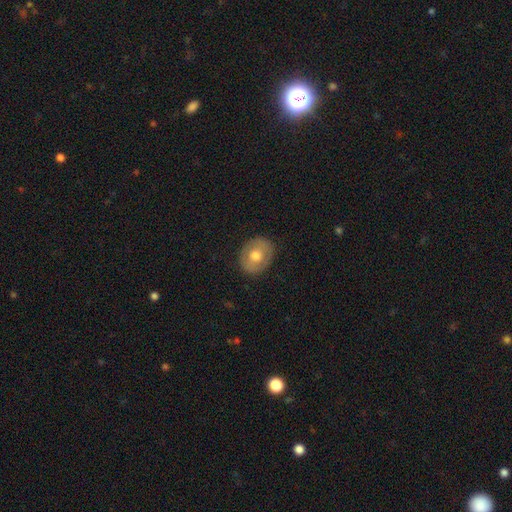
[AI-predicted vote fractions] smooth_or_featured: smooth (p=0.59) [alt: featured or disk p=0.34]
how_rounded: round (p=0.51) [alt: in between p=0.48]
merging: none (p=0.85) [alt: minor disturbance p=0.11]